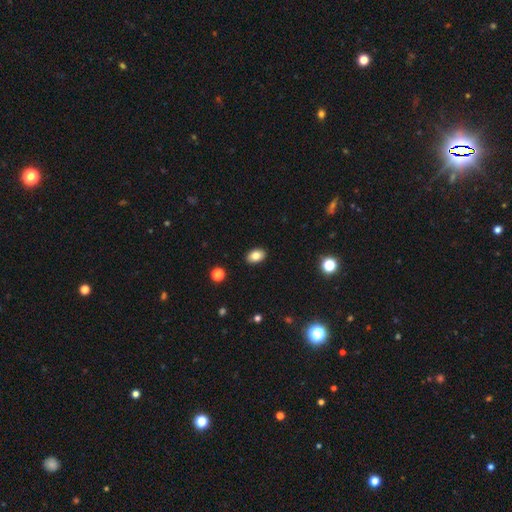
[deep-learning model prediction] A smooth galaxy with no disk features (82%) that is in between round and cigar-shaped (85%). Merging: none (90%).